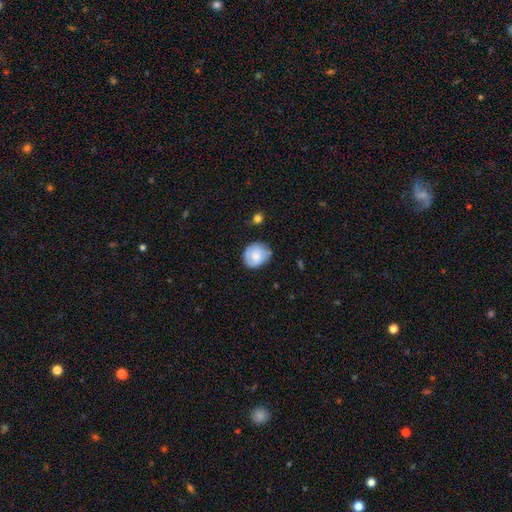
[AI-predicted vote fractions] Smooth or featured?
  - smooth: 66% *
  - featured or disk: 27%
  - star or artifact: 7%
How rounded?
  - round: 65% *
  - in between: 34%
  - cigar-shaped: 1%
Merging?
  - none: 62% *
  - minor disturbance: 28%
  - major disturbance: 7%
  - merger: 2%